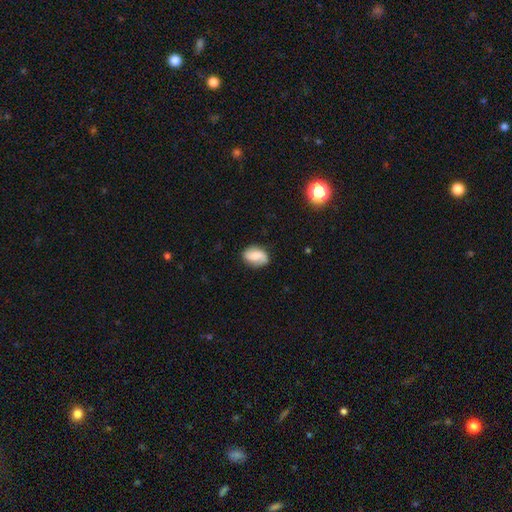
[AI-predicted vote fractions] Smooth or featured: smooth — 66% (featured or disk — 26%)
How rounded: in between — 80% (round — 18%)
Merging: none — 75% (minor disturbance — 19%)